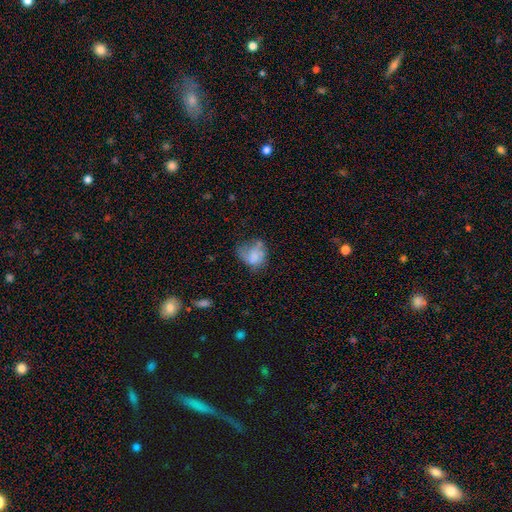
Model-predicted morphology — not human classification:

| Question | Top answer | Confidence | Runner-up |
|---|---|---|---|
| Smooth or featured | smooth | 58% | featured or disk (31%) |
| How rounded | in between | 51% | round (48%) |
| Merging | major disturbance | 34% | none (32%) |